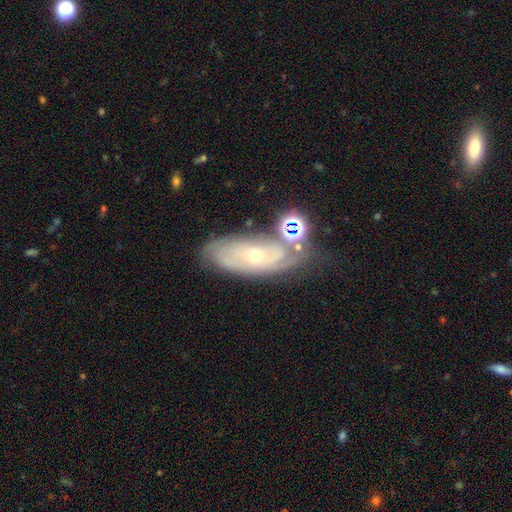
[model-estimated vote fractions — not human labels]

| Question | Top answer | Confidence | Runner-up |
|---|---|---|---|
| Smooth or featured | featured or disk | 69% | smooth (19%) |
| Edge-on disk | no | 88% | yes (12%) |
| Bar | no | 77% | weak (18%) |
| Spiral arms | yes | 81% | no (19%) |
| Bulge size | small | 59% | moderate (38%) |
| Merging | none | 58% | minor disturbance (22%) |